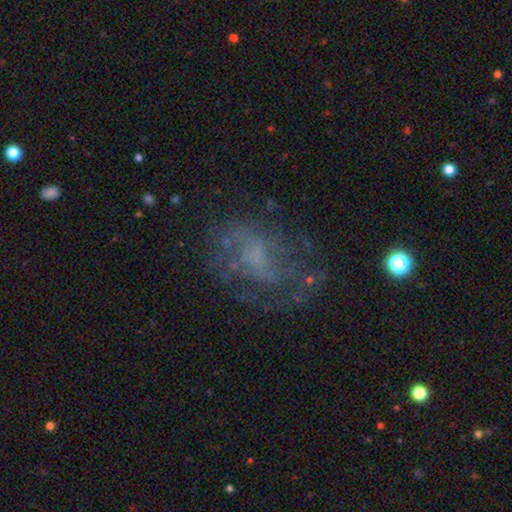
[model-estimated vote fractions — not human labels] This appears to be a featured or disk galaxy (63%) with no bar (67%), spiral arms (57%) and no central bulge (53%). Merging: none (52%).